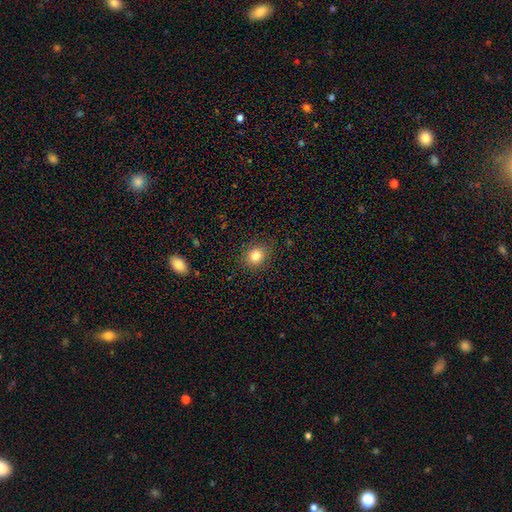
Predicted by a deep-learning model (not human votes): smooth-or-featured: smooth: 82% | star or artifact: 11% | featured or disk: 7%
  how-rounded: round: 69% | in between: 30% | cigar-shaped: 1%
  merging: none: 87% | minor disturbance: 10% | major disturbance: 3% | merger: 1%